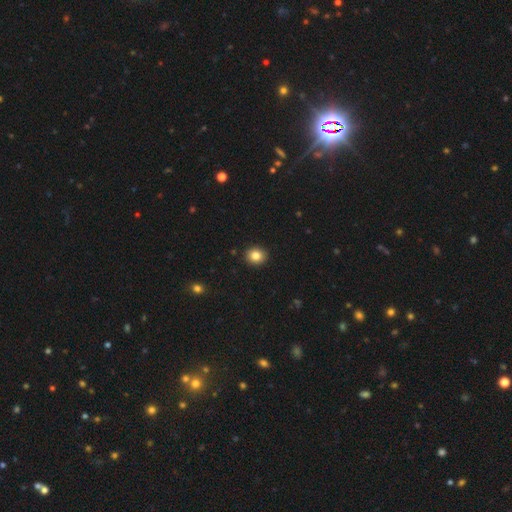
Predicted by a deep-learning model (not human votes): Morphology: type=smooth (83%); roundness=round (79%); merging=none (92%).